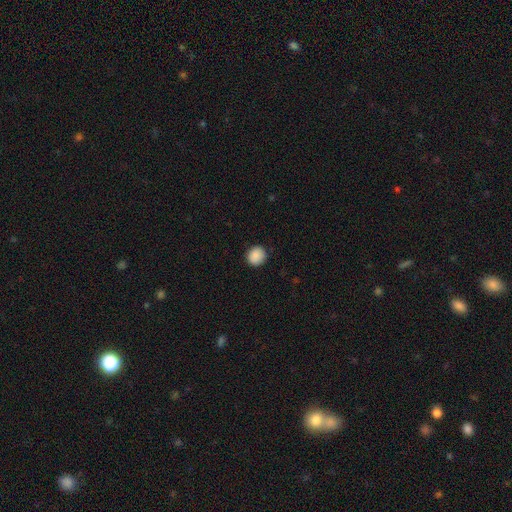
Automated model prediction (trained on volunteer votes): Overall: smooth (89%). How rounded: round (88%). Merging: none (89%).